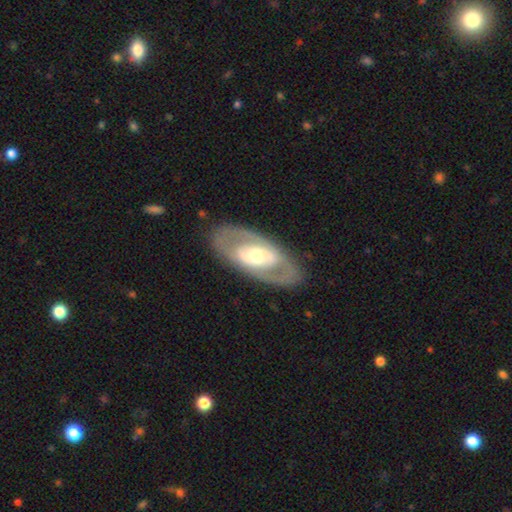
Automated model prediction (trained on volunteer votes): A featured or disk galaxy (71%) with no bar (57%), no spiral arms (67%) and a moderate central bulge (63%).

Vote fractions:
- Smooth or featured? featured or disk: 71% / smooth: 25% / star or artifact: 5%
- Edge-on disk? no: 89% / yes: 11%
- Bar? no: 57% / weak: 25% / strong: 18%
- Spiral arms? no: 67% / yes: 33%
- Bulge size? moderate: 63% / small: 21% / large: 13% / dominant: 1% / none: 1%
- Merging? none: 84% / minor disturbance: 10% / major disturbance: 5% / merger: 1%